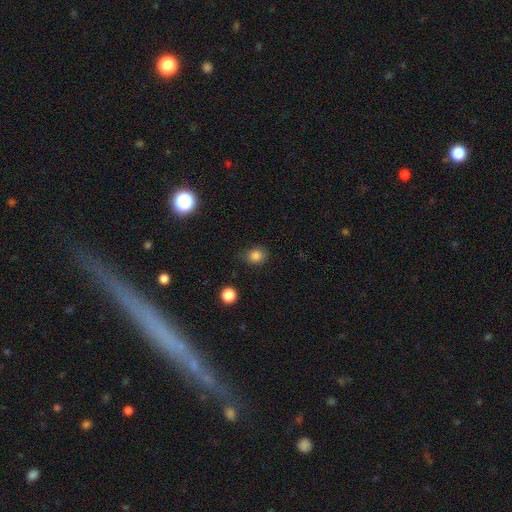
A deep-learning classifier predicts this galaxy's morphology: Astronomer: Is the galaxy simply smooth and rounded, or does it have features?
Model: smooth — 84%.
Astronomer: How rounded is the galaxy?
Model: round — 74%.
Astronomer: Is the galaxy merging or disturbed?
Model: none — 79%.